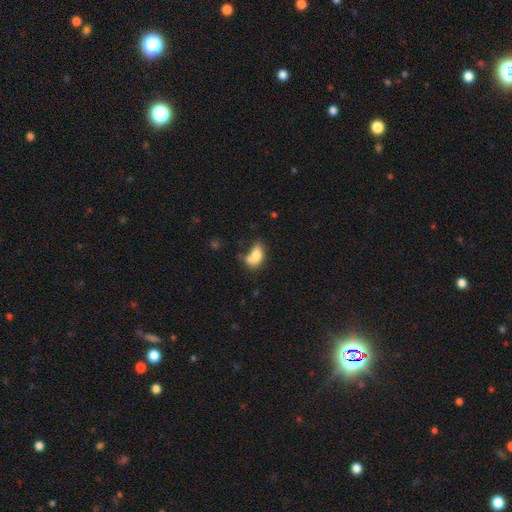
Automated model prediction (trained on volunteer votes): smooth-or-featured: smooth: 76% | featured or disk: 15% | star or artifact: 9%
  how-rounded: in between: 86% | round: 10% | cigar-shaped: 4%
  merging: merger: 36% | none: 34% | minor disturbance: 20% | major disturbance: 11%